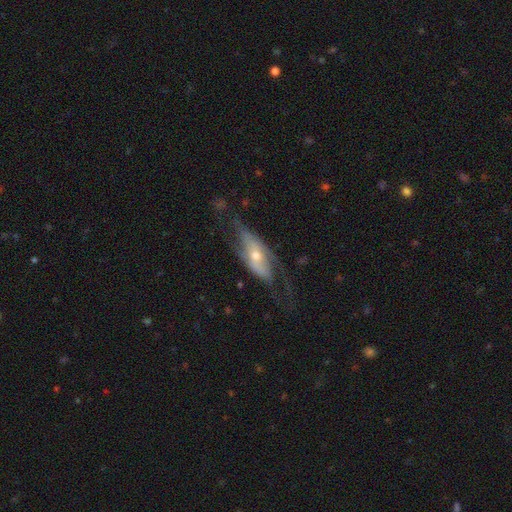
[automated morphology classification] A featured or disk galaxy (68%).

Vote fractions:
- Smooth or featured? featured or disk: 68% / smooth: 26% / star or artifact: 7%
- Edge-on disk? no: 68% / yes: 32%
- Merging? none: 48% / major disturbance: 25% / minor disturbance: 25% / merger: 2%